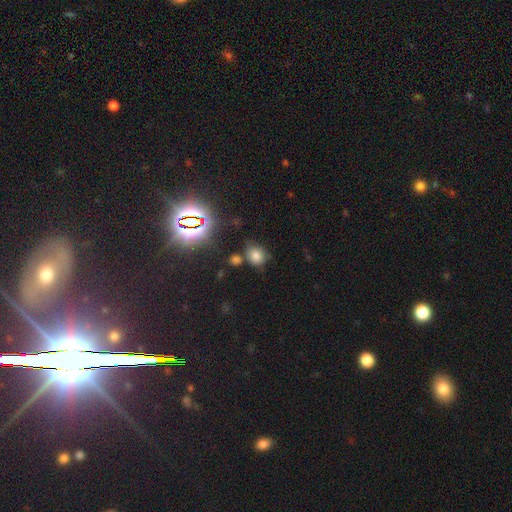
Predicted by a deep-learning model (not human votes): A smooth galaxy with no disk features (67%) that is round (61%).

Vote fractions:
- Smooth or featured? smooth: 67% / star or artifact: 24% / featured or disk: 9%
- How rounded? round: 61% / in between: 38% / cigar-shaped: 1%
- Merging? none: 66% / minor disturbance: 17% / merger: 11% / major disturbance: 6%